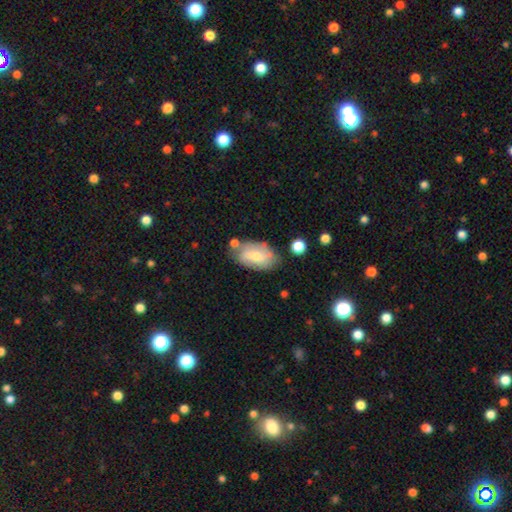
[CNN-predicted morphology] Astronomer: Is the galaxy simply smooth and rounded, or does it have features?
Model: smooth — 53% (runner-up: featured or disk, 40%).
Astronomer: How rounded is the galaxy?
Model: in between — 90%.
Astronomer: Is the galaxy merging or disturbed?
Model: none — 61%.